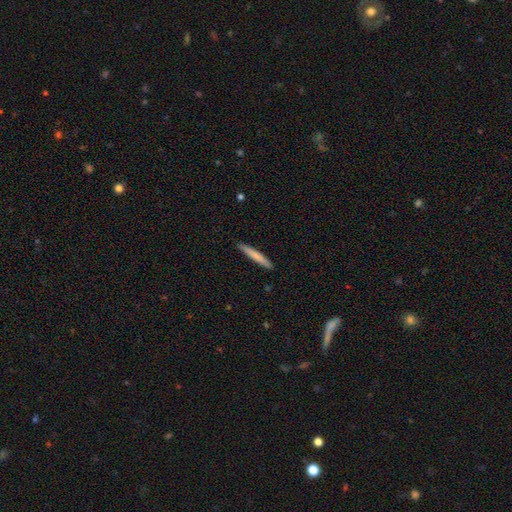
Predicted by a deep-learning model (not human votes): smooth_or_featured: smooth (p=0.73) [alt: featured or disk p=0.21]
how_rounded: cigar-shaped (p=0.96) [alt: in between p=0.03]
merging: none (p=0.90) [alt: minor disturbance p=0.07]